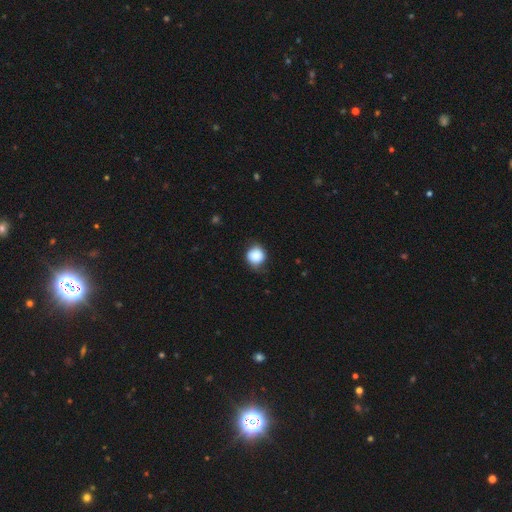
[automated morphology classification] A smooth galaxy with no disk features (85%) that is round (88%). Merging: none (70%).